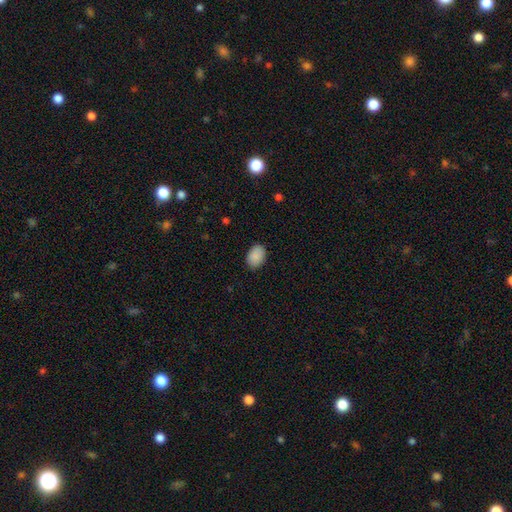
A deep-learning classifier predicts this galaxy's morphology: A smooth galaxy with no disk features (90%) that is in between round and cigar-shaped (82%).

Vote fractions:
- Smooth or featured? smooth: 90% / star or artifact: 7% / featured or disk: 3%
- How rounded? in between: 82% / round: 17% / cigar-shaped: 1%
- Merging? none: 87% / minor disturbance: 10% / major disturbance: 2% / merger: 1%